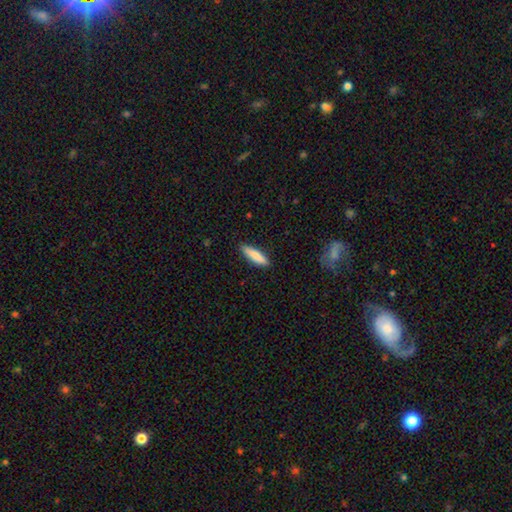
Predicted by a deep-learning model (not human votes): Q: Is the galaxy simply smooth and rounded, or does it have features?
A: smooth — 82%.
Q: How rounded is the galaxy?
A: cigar-shaped — 71%.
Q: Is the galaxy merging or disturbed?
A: none — 87%.